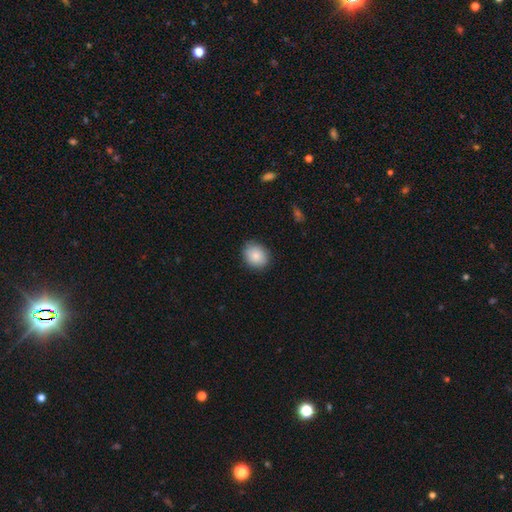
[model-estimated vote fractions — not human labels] This appears to be a smooth galaxy with no disk features (86%) that is round (57%). Merging: none (86%).